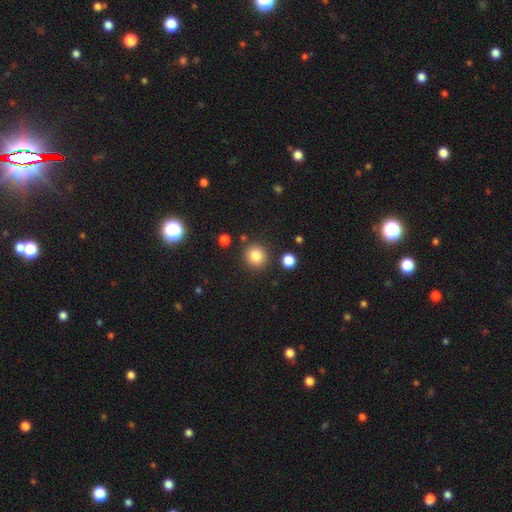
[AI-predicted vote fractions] A smooth galaxy with no disk features (83%) that is round (92%). Merging: none (87%).